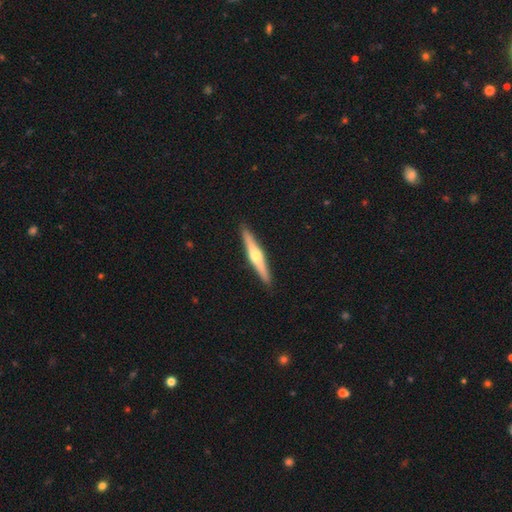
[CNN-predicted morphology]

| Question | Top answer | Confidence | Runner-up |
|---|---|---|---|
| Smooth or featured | featured or disk | 69% | smooth (26%) |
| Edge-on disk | yes | 98% | no (2%) |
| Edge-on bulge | rounded | 93% | none (4%) |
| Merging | none | 92% | minor disturbance (6%) |